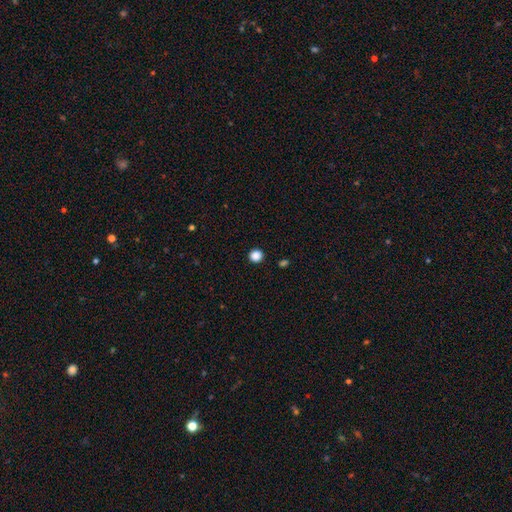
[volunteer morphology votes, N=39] This is clearly a smooth galaxy (90%). How rounded: clearly round (97%). Merging: clearly none (97%).